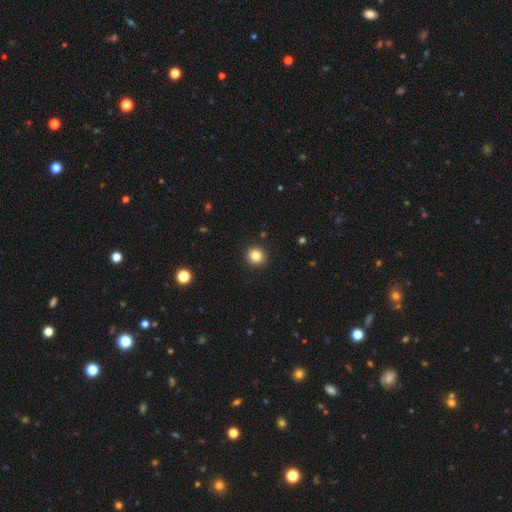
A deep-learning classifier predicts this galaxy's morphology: A smooth galaxy with no disk features (84%) that is round (94%). Merging: none (92%).